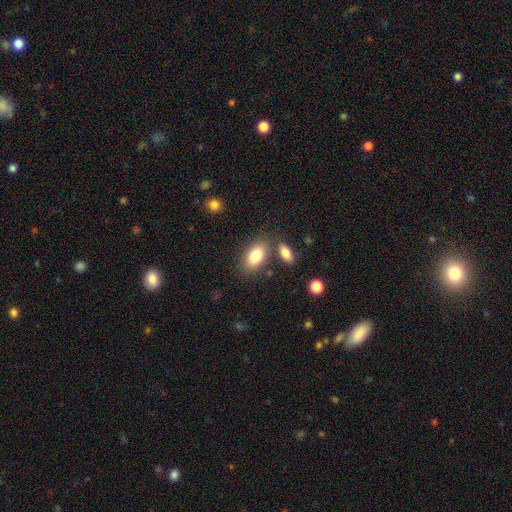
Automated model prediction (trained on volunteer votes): smooth-or-featured: smooth: 83% | featured or disk: 10% | star or artifact: 7%
  how-rounded: in between: 92% | round: 5% | cigar-shaped: 3%
  merging: none: 71% | merger: 14% | minor disturbance: 11% | major disturbance: 3%